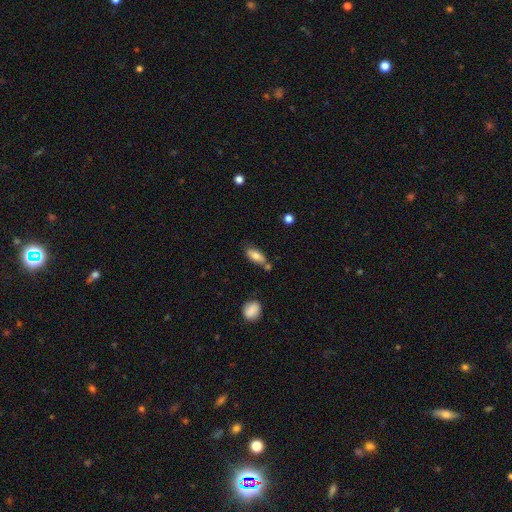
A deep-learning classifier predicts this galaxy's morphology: type=smooth (76%); roundness=in between (79%); merging=none (61%).